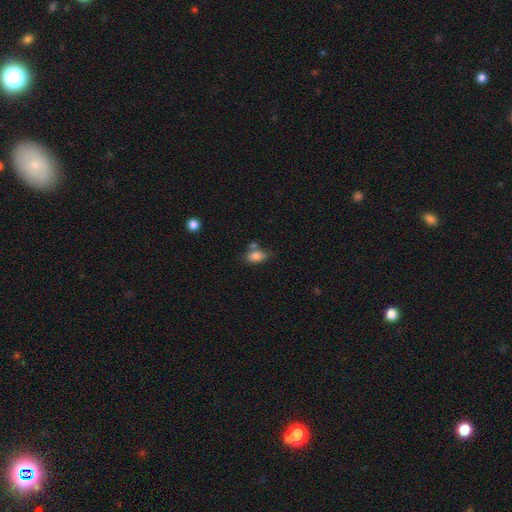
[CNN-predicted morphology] Smooth or featured? smooth (84%)
How rounded? in between (87%)
Merging? none (54%)